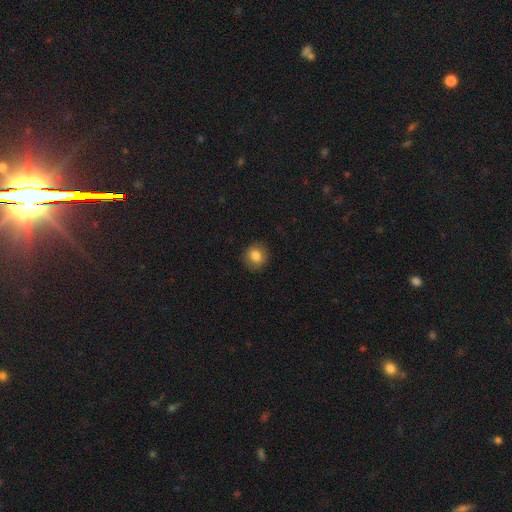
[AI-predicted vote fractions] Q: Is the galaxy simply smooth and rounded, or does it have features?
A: smooth — 82%.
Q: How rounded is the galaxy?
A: round — 84%.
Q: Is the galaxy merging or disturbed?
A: none — 87%.